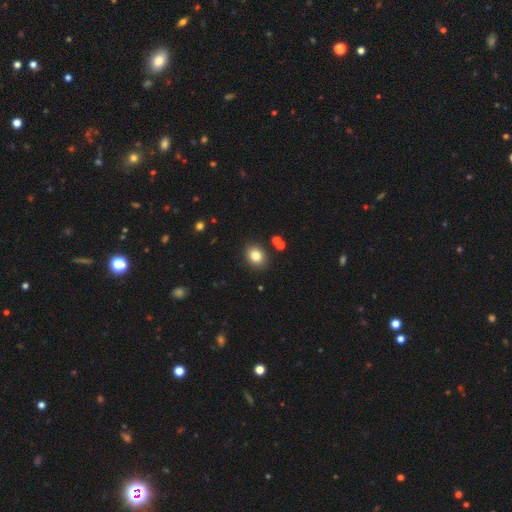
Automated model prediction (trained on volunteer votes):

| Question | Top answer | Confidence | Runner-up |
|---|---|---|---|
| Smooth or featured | smooth | 82% | star or artifact (11%) |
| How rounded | in between | 51% | round (48%) |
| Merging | none | 86% | minor disturbance (8%) |